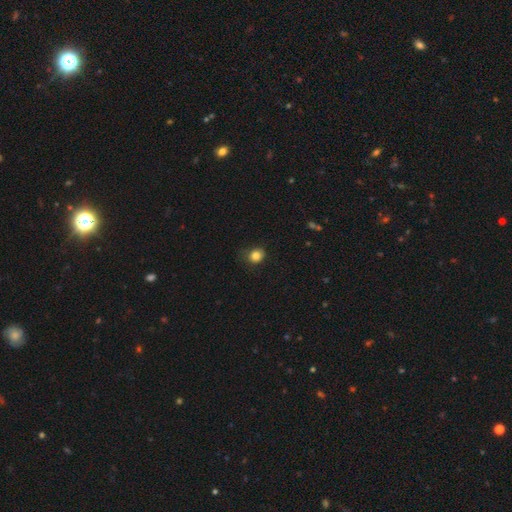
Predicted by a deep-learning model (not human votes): smooth 84%, star or artifact 11%, featured or disk 5%. Down the decision tree: how rounded — round (74%); merging — none (71%).